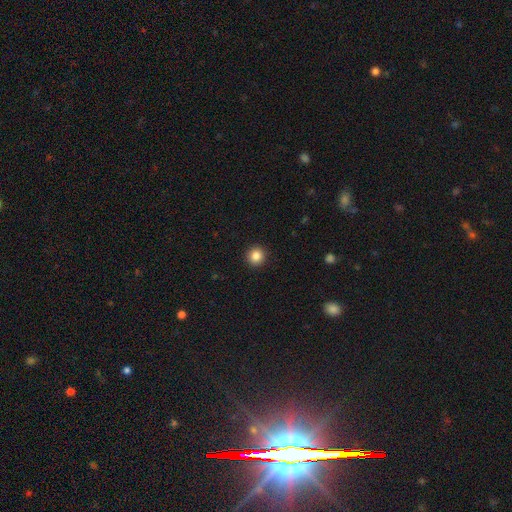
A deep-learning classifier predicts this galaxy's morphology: Smooth or featured? Predicted: smooth (p=0.85). How rounded? Predicted: round (p=0.94). Merging? Predicted: none (p=0.93).